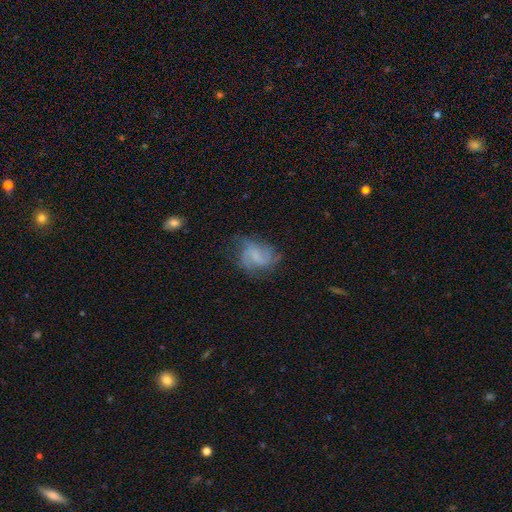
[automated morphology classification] Smooth or featured: featured or disk — 60% (smooth — 30%)
Edge-on disk: no — 98% (yes — 2%)
Bar: no — 52% (weak — 40%)
Spiral arms: yes — 85% (no — 15%)
Spiral winding: medium — 44% (loose — 35%)
Spiral arm count: 2 — 34% (3 — 25%)
Bulge size: small — 40% (none — 39%)
Merging: none — 55% (minor disturbance — 25%)